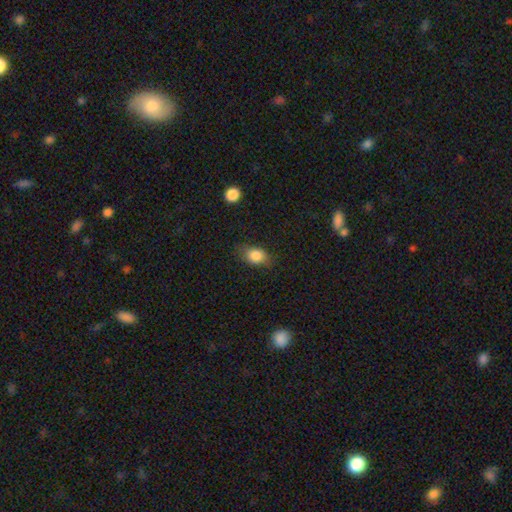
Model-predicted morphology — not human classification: A smooth galaxy with no disk features (84%) that is in between round and cigar-shaped (74%). Merging: none (75%).